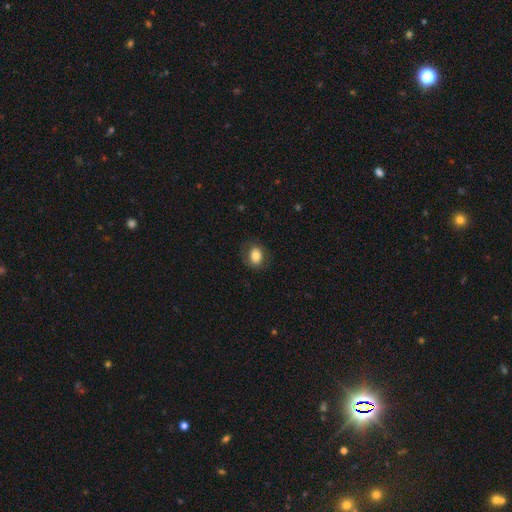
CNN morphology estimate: Overall: smooth (76%). How rounded: in between (54%; round 45%). Merging: none (79%).